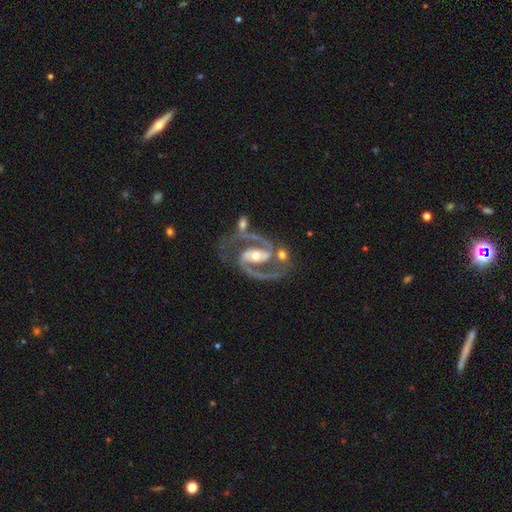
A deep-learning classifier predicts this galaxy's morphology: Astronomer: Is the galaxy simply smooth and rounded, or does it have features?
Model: featured or disk — 88%.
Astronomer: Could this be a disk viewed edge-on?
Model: no — 96%.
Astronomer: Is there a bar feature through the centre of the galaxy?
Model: weak — 40% (runner-up: strong, 34%).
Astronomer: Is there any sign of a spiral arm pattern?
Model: yes — 91%.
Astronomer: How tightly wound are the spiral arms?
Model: medium — 56%.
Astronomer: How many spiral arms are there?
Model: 2 — 89%.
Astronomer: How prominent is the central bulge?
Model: moderate — 54% (runner-up: small, 32%).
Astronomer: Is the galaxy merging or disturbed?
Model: none — 67%.